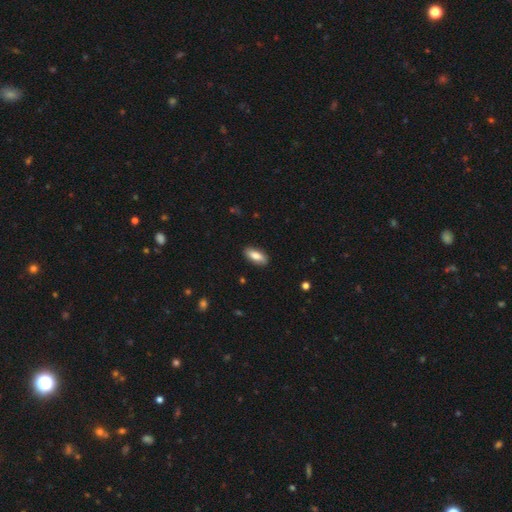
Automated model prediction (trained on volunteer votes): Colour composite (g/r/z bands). It shows a smooth galaxy with no disk features (81%) that is in between round and cigar-shaped (81%). Merging: none (87%).